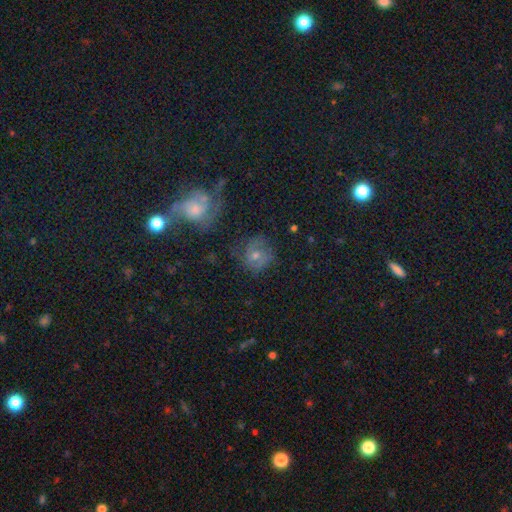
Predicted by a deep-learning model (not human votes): smooth_or_featured: featured or disk (p=0.48) [alt: smooth p=0.33]
merging: none (p=0.66) [alt: minor disturbance p=0.17]